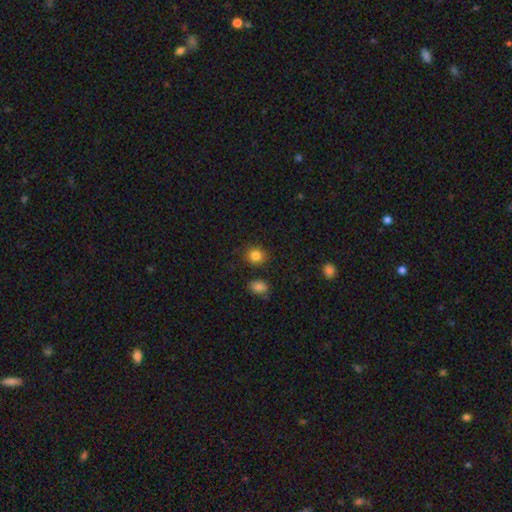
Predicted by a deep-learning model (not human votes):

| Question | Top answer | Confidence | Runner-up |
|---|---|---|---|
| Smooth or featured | smooth | 84% | star or artifact (11%) |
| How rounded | round | 79% | in between (20%) |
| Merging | none | 85% | minor disturbance (9%) |